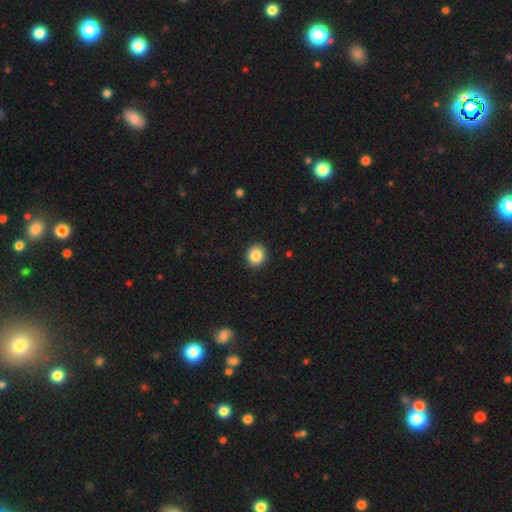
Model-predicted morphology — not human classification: Overall: smooth (86%). How rounded: round (77%). Merging: none (91%).